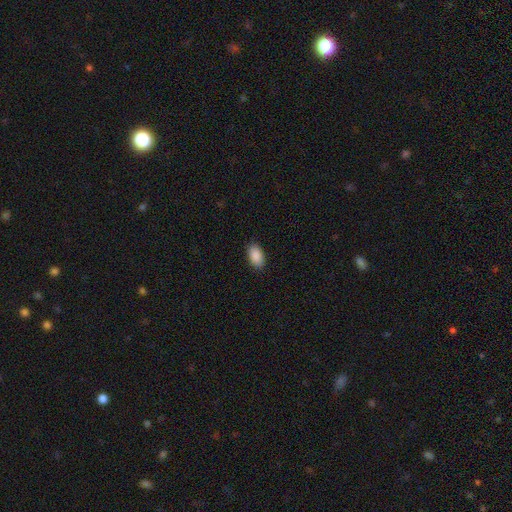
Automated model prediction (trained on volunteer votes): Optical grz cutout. It shows a smooth galaxy with no disk features (90%) that is in between round and cigar-shaped (94%). Merging: none (89%).